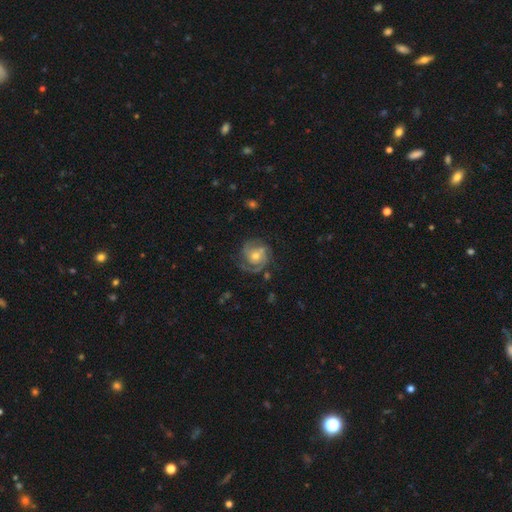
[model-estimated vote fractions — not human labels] Morphology: type=featured or disk (84%); edge-on=no (98%); bar=no (67%); spiral arms=yes (96%); winding=tight (53%); arm count=2 (37%); bulge=moderate (60%); merging=none (72%).